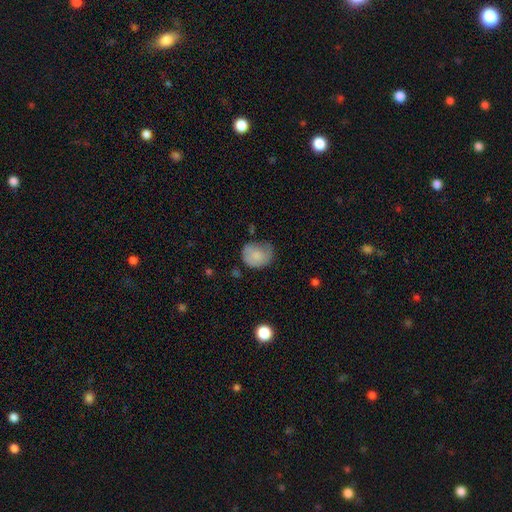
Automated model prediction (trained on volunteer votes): The model was most divided on "how rounded": round: 53%, in between: 47%, cigar-shaped: 1%. Remaining: smooth or featured — smooth (80%); merging — none (46%).